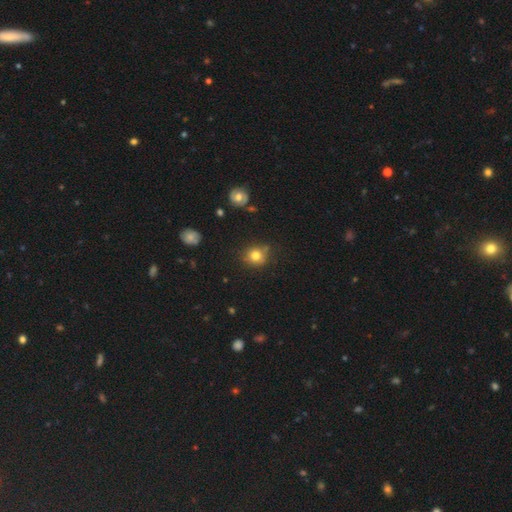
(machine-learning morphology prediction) Overall: smooth (77%). How rounded: round (85%). Merging: none (75%).